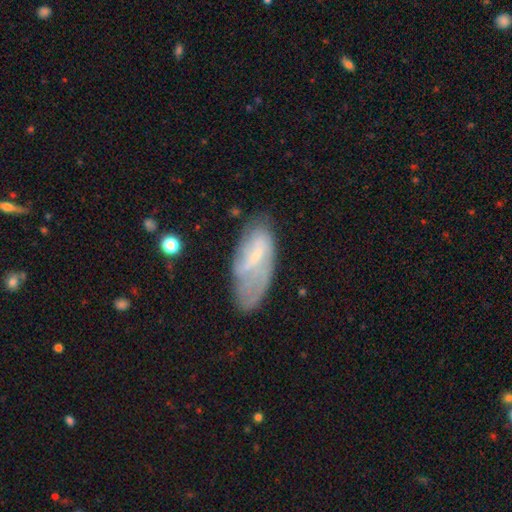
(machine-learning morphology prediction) Q: Smooth or featured?
A: featured or disk (55%); runner-up: smooth (37%)
Q: Edge-on disk?
A: no (89%); runner-up: yes (11%)
Q: Merging?
A: none (49%); runner-up: minor disturbance (31%)